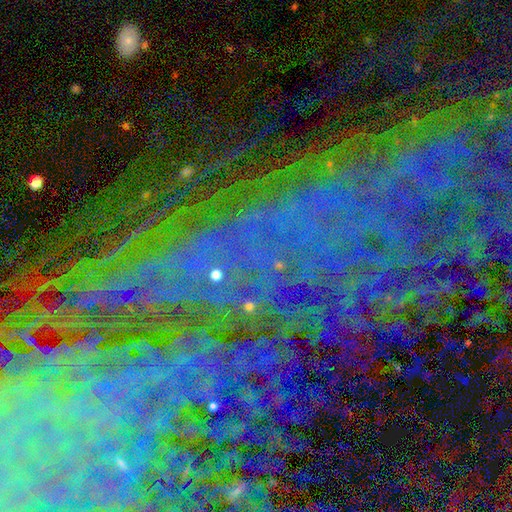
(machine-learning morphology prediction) Smooth or featured? star or artifact (76%)